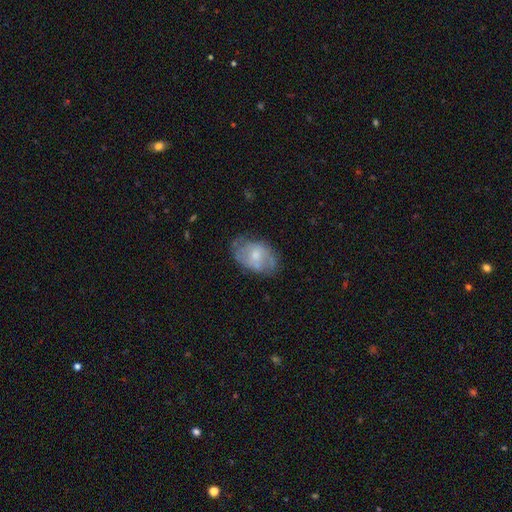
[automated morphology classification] A featured or disk galaxy (55%) with no bar (60%), spiral arms (68%) and a moderate central bulge (50%).

Vote fractions:
- Smooth or featured? featured or disk: 55% / smooth: 38% / star or artifact: 7%
- Edge-on disk? no: 96% / yes: 4%
- Bar? no: 60% / weak: 34% / strong: 5%
- Spiral arms? yes: 68% / no: 32%
- Bulge size? moderate: 50% / small: 39% / none: 5% / large: 5% / dominant: 1%
- Merging? none: 62% / minor disturbance: 26% / major disturbance: 10% / merger: 2%